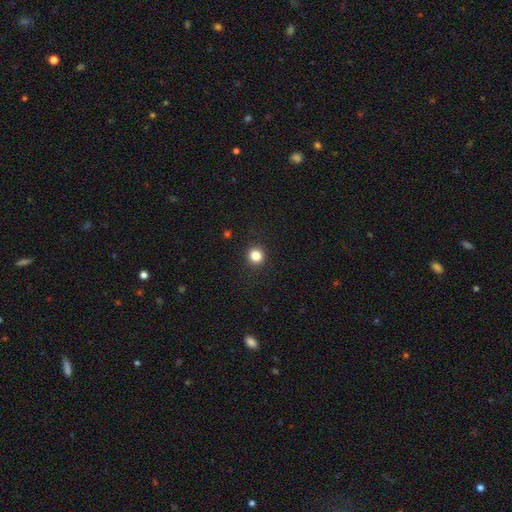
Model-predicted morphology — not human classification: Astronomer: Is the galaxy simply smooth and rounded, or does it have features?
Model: smooth — 84%.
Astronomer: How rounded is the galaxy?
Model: round — 93%.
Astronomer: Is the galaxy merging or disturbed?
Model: none — 92%.